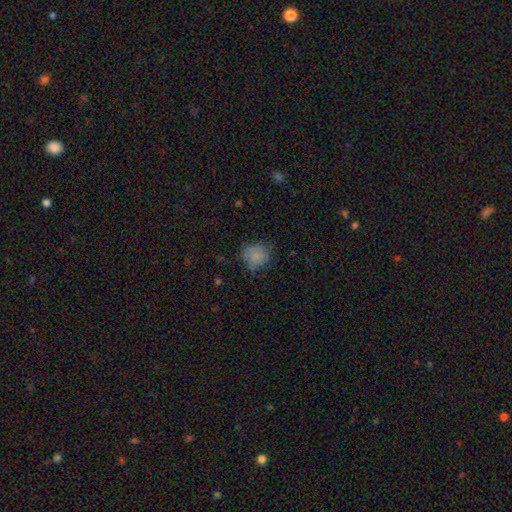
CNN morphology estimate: Smooth or featured: smooth — 80% (star or artifact — 11%)
How rounded: round — 81% (in between — 18%)
Merging: none — 64% (minor disturbance — 26%)